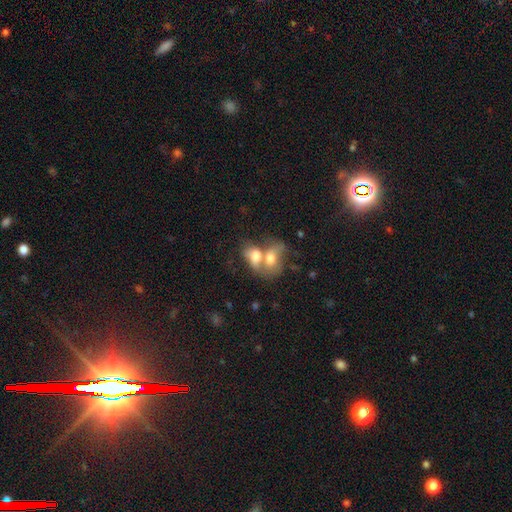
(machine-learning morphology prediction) smooth 64%, featured or disk 27%, star or artifact 8%. Down the decision tree: how rounded — in between (77%); merging — merger (80%).